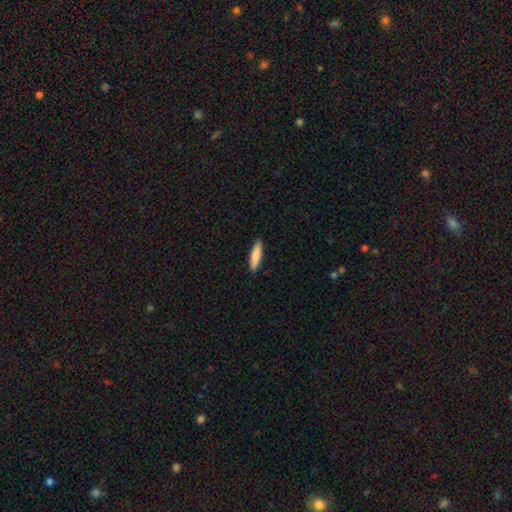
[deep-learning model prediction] This appears to be a smooth galaxy with no disk features (84%) that is cigar-shaped (74%). Merging: none (91%).